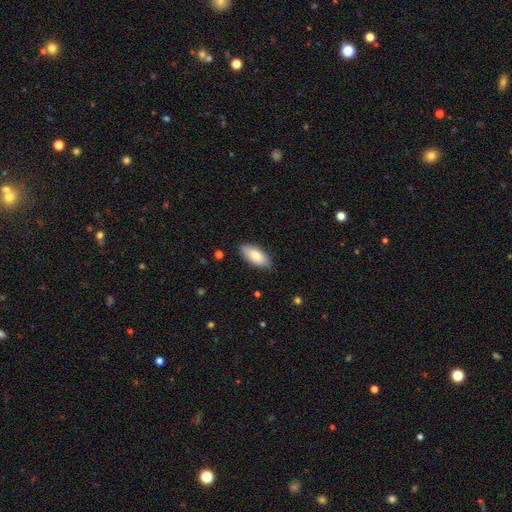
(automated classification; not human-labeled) Smooth or featured? Predicted: smooth (p=0.80). How rounded? Predicted: in between (p=0.88). Merging? Predicted: none (p=0.85).